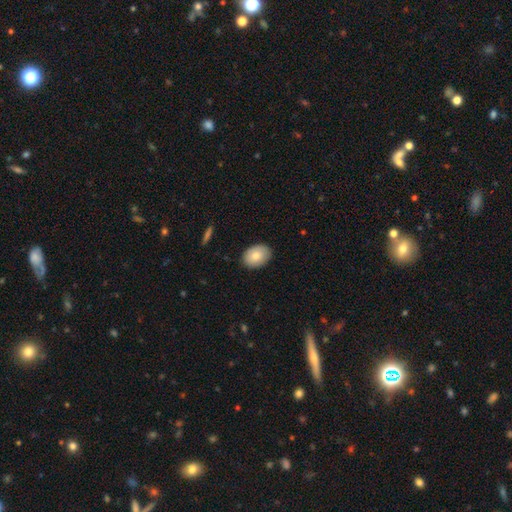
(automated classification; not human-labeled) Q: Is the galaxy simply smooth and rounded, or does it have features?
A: smooth — 81%.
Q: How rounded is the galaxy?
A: in between — 79%.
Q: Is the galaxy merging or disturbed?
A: none — 87%.